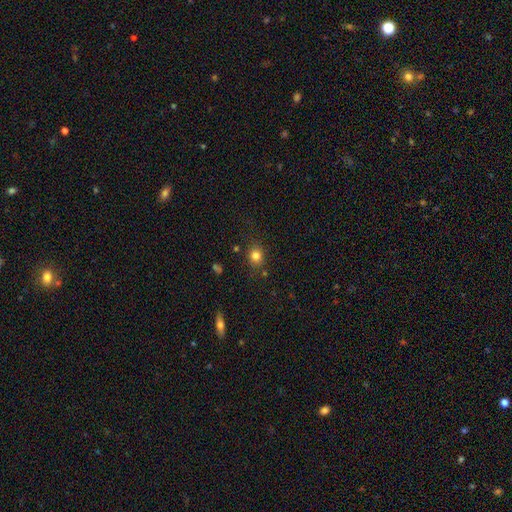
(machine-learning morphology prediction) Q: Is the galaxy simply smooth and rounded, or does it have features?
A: smooth — 81%.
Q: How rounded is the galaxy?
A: round — 74%.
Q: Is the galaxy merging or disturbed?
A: none — 82%.